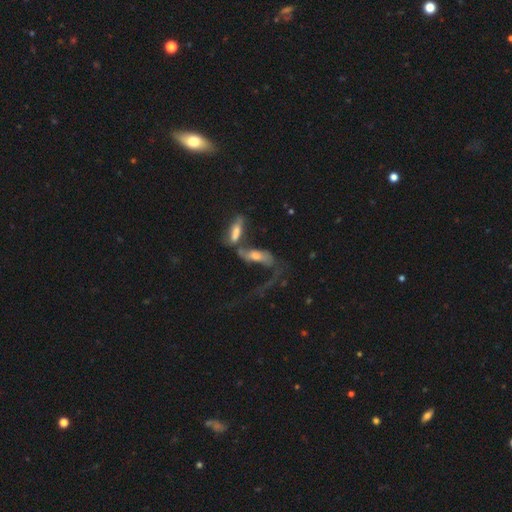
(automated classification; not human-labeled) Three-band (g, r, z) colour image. It shows a featured or disk galaxy (57%). Merging: merger (55%).